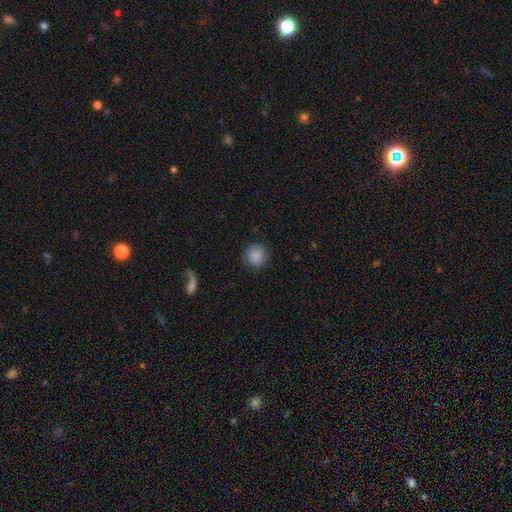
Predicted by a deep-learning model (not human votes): Smooth or featured?
  - smooth: 86% *
  - star or artifact: 8%
  - featured or disk: 6%
How rounded?
  - round: 89% *
  - in between: 10%
  - cigar-shaped: 1%
Merging?
  - none: 86% *
  - minor disturbance: 10%
  - major disturbance: 3%
  - merger: 1%